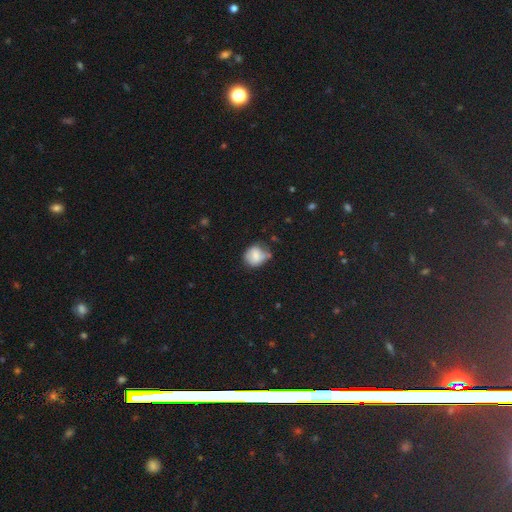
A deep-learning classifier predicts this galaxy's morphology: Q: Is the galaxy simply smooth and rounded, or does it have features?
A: smooth — 71%.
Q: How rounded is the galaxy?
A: round — 69%.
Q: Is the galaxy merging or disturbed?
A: none — 52%.